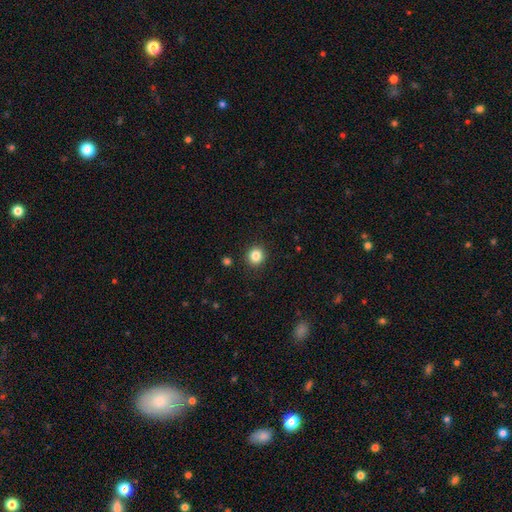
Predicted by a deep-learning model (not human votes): Smooth or featured: smooth — 84% (star or artifact — 11%)
How rounded: round — 91% (in between — 8%)
Merging: none — 91% (minor disturbance — 5%)